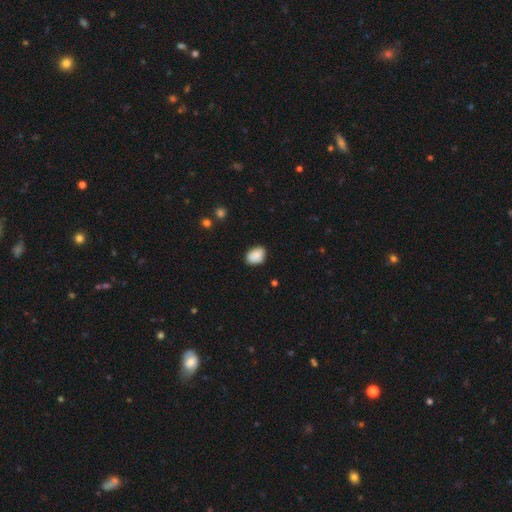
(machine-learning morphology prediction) Overall: smooth (86%). How rounded: in between (79%). Merging: none (75%).